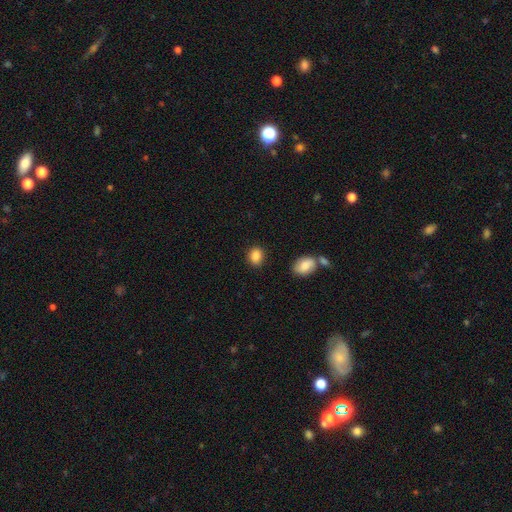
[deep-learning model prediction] This is clearly a smooth galaxy (87%). How rounded: possibly in between (53%). Merging: clearly none (83%).